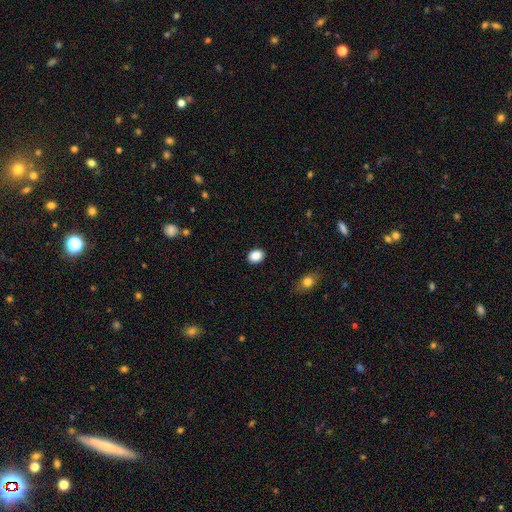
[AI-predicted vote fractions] smooth-or-featured: smooth: 88% | star or artifact: 8% | featured or disk: 3%
  how-rounded: in between: 56% | round: 43% | cigar-shaped: 1%
  merging: none: 90% | minor disturbance: 7% | major disturbance: 2% | merger: 1%